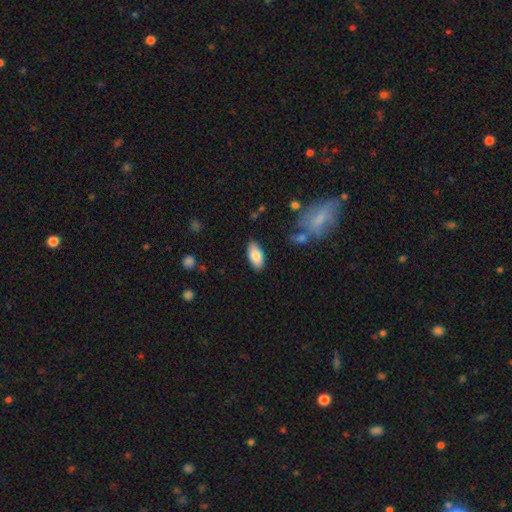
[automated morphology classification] The model was most divided on "merging": none: 85%, minor disturbance: 11%, major disturbance: 2%, merger: 2%. More confident: how rounded — in between (92%); smooth or featured — smooth (85%).